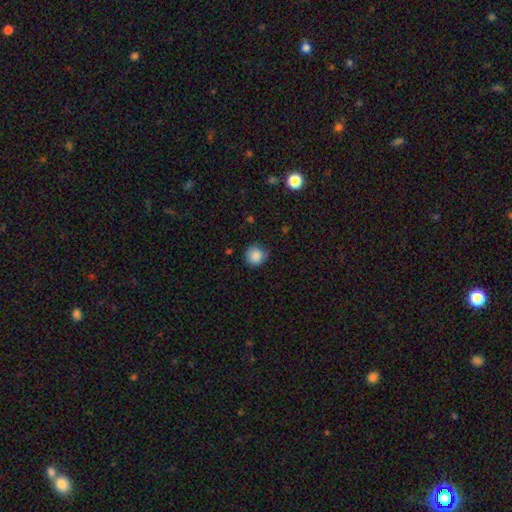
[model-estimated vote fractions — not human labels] A smooth galaxy with no disk features (87%) that is round (91%).

Vote fractions:
- Smooth or featured? smooth: 87% / star or artifact: 9% / featured or disk: 5%
- How rounded? round: 91% / in between: 8% / cigar-shaped: 1%
- Merging? none: 72% / minor disturbance: 22% / major disturbance: 5% / merger: 2%